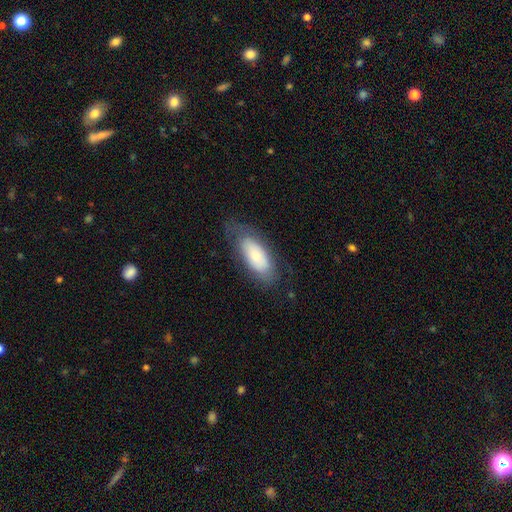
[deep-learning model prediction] The model was most divided on "smooth or featured": smooth: 69%, featured or disk: 24%, star or artifact: 7%. More confident: how rounded — in between (84%); merging — none (70%).